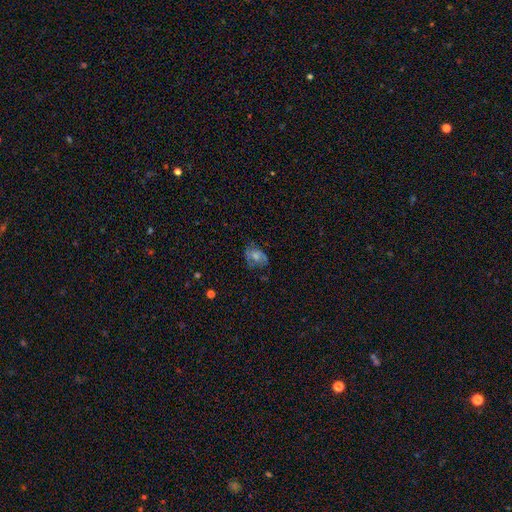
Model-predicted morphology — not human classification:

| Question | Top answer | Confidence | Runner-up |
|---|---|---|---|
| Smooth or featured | featured or disk | 45% | smooth (36%) |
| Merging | none | 70% | minor disturbance (20%) |